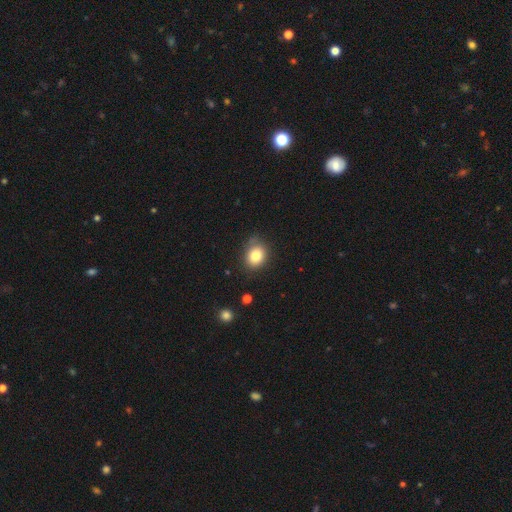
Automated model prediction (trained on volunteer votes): Morphology: type=smooth (82%); roundness=in between (52%); merging=none (74%).